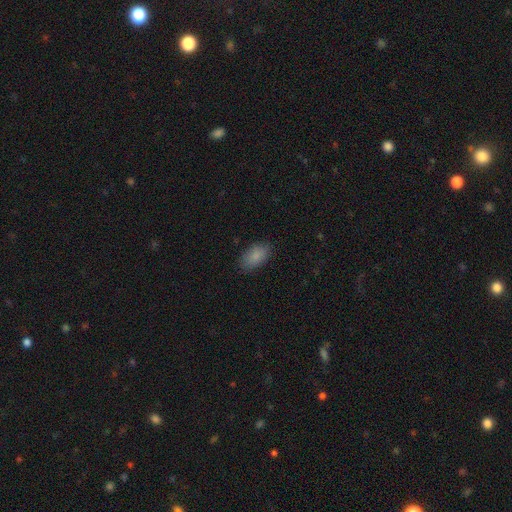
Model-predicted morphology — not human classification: smooth-or-featured: smooth: 88% | star or artifact: 7% | featured or disk: 5%
  how-rounded: in between: 93% | round: 4% | cigar-shaped: 3%
  merging: none: 85% | minor disturbance: 12% | major disturbance: 3% | merger: 1%